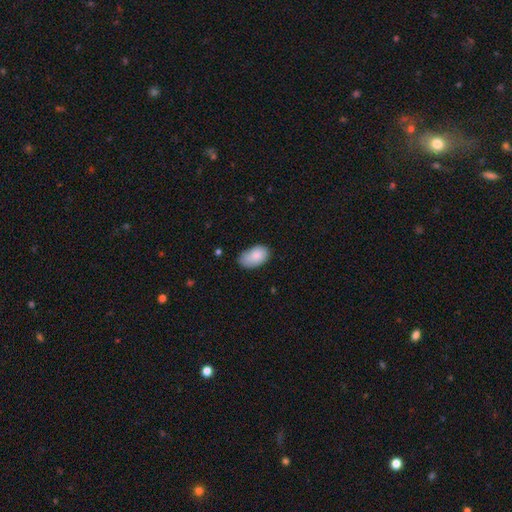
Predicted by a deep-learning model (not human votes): smooth-or-featured: smooth: 85% | featured or disk: 8% | star or artifact: 7%
  how-rounded: in between: 93% | round: 6% | cigar-shaped: 1%
  merging: none: 58% | minor disturbance: 33% | major disturbance: 6% | merger: 2%